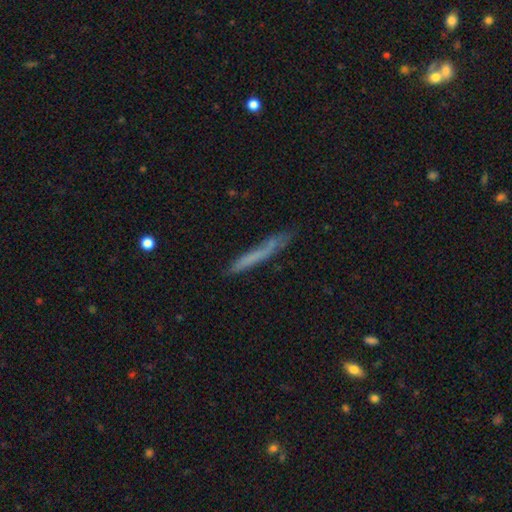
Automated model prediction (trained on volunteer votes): smooth-or-featured: smooth: 59% | featured or disk: 32% | star or artifact: 8%
  how-rounded: cigar-shaped: 95% | in between: 3% | round: 2%
  merging: none: 71% | minor disturbance: 21% | major disturbance: 5% | merger: 2%